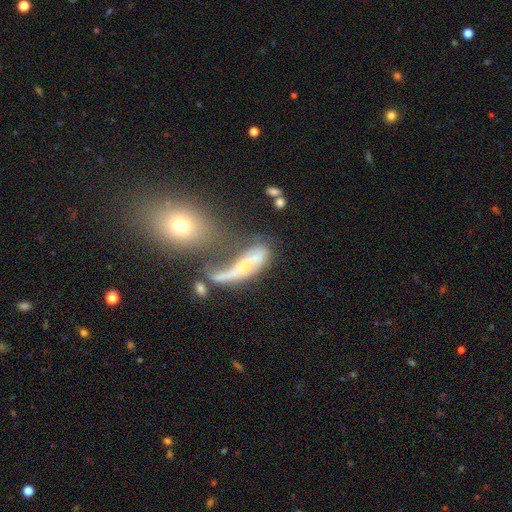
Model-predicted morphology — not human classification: smooth-or-featured: featured or disk: 47% | smooth: 41% | star or artifact: 12%
  merging: merger: 39% | major disturbance: 29% | none: 19% | minor disturbance: 13%